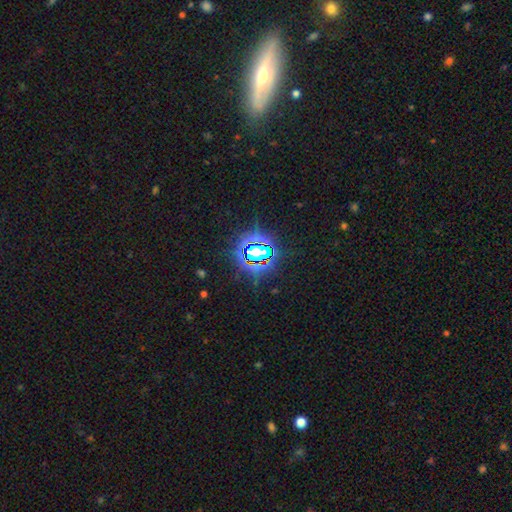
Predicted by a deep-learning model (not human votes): Q: Smooth or featured?
A: star or artifact (79%); runner-up: smooth (13%)